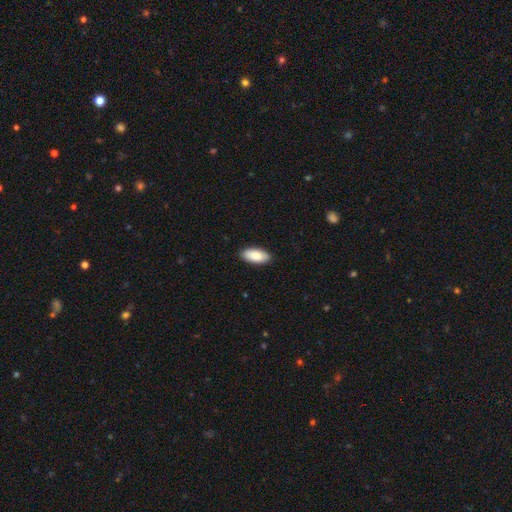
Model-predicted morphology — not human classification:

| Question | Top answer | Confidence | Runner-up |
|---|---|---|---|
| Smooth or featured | smooth | 85% | featured or disk (9%) |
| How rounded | in between | 91% | cigar-shaped (7%) |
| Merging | none | 90% | minor disturbance (7%) |